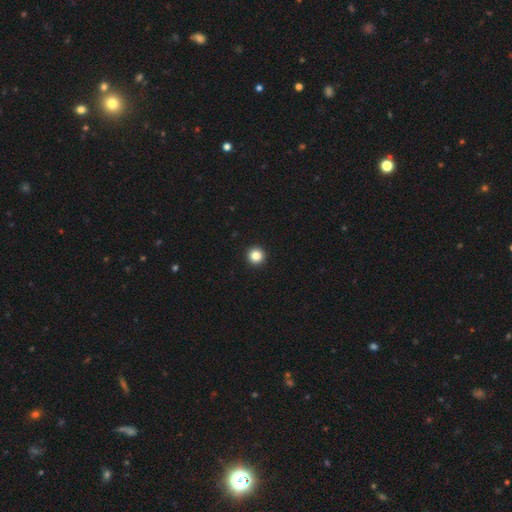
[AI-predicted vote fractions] A smooth galaxy with no disk features (84%) that is round (97%).

Vote fractions:
- Smooth or featured? smooth: 84% / star or artifact: 11% / featured or disk: 4%
- How rounded? round: 97% / in between: 2% / cigar-shaped: 1%
- Merging? none: 95% / minor disturbance: 3% / major disturbance: 1% / merger: 1%